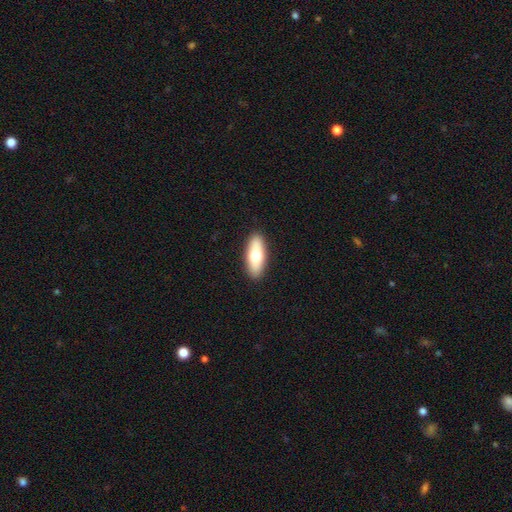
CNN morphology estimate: Smooth or featured? smooth (65%)
How rounded? in between (69%)
Merging? none (90%)